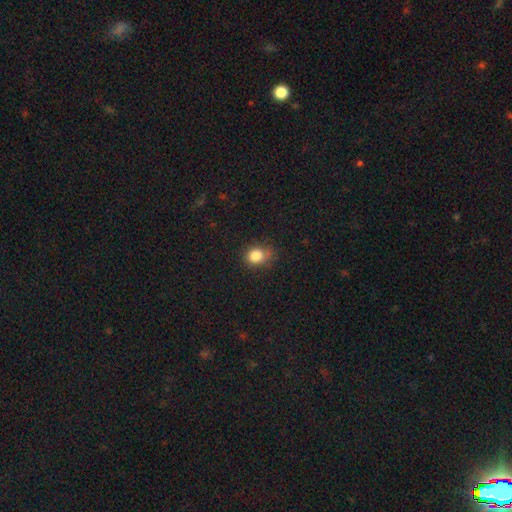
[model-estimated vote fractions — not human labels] smooth 83%, star or artifact 11%, featured or disk 6%. Down the decision tree: how rounded — round (56%); merging — none (66%).